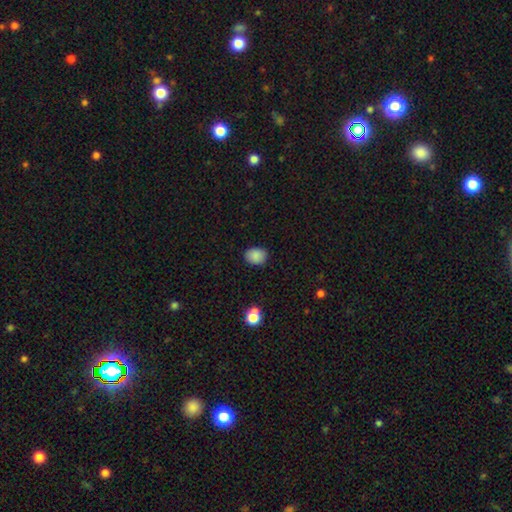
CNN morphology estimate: smooth_or_featured: smooth (p=0.87) [alt: star or artifact p=0.09]
how_rounded: in between (p=0.60) [alt: round p=0.39]
merging: none (p=0.86) [alt: minor disturbance p=0.11]